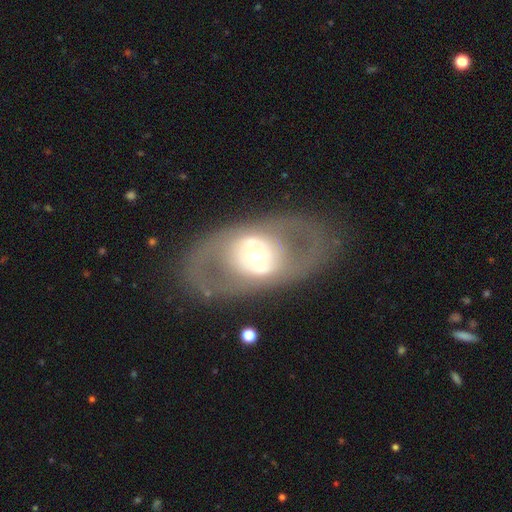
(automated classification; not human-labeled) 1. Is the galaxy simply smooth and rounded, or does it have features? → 67% featured or disk, 27% smooth, 6% star or artifact.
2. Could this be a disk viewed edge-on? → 90% no, 10% yes.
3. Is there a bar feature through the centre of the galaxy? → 69% no, 19% weak, 12% strong.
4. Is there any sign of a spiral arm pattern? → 74% no, 26% yes.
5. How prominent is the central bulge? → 59% moderate, 20% large, 16% small, 3% dominant, 1% none.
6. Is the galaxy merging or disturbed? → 73% none, 13% major disturbance, 12% minor disturbance, 2% merger.